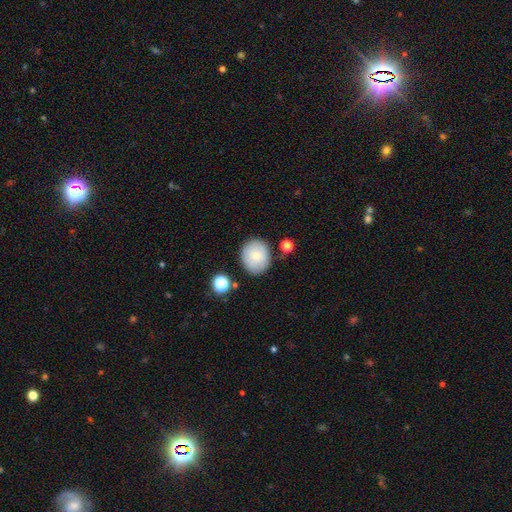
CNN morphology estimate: A smooth galaxy with no disk features (76%) that is round (75%). Merging: none (80%).